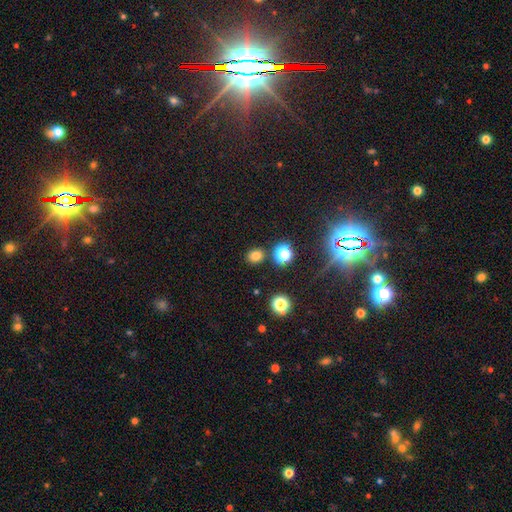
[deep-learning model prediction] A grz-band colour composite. It shows a smooth galaxy with no disk features (75%) that is round (68%). Merging: none (83%).